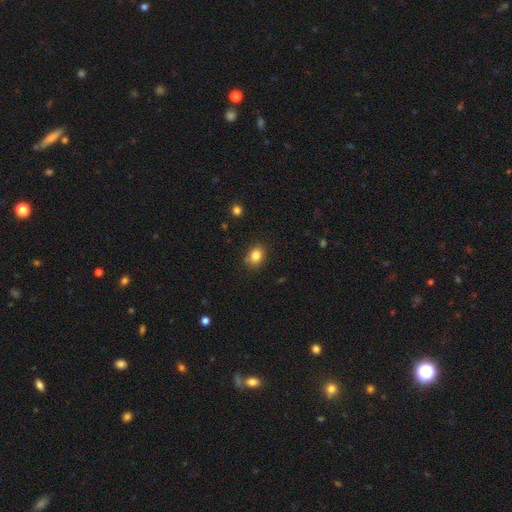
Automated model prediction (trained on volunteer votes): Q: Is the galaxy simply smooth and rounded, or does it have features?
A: smooth — 83%.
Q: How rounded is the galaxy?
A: in between — 51%.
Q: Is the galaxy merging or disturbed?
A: none — 83%.